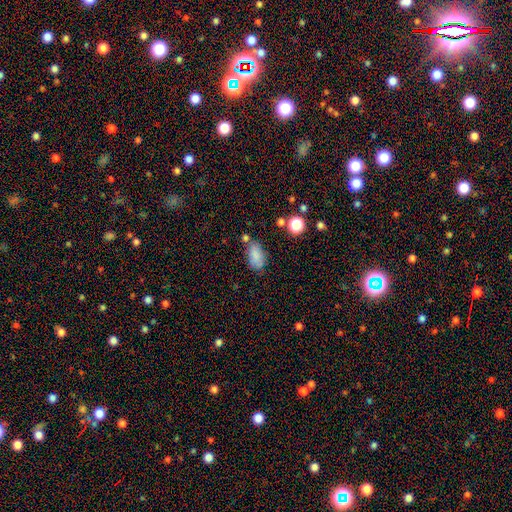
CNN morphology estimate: Q: Smooth or featured?
A: smooth (82%); runner-up: star or artifact (10%)
Q: How rounded?
A: in between (91%); runner-up: round (5%)
Q: Merging?
A: none (65%); runner-up: minor disturbance (20%)